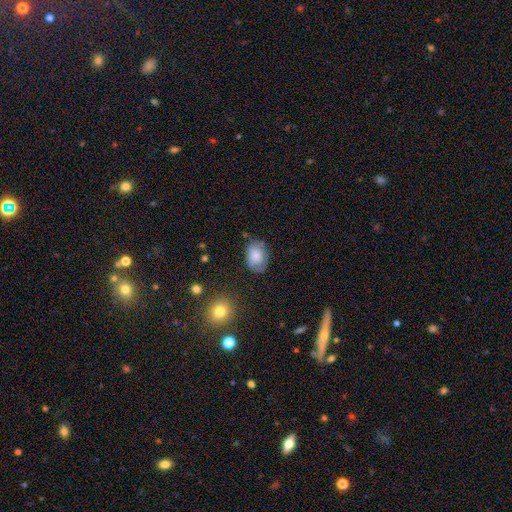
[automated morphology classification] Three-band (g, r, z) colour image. It shows a smooth galaxy with no disk features (67%) that is in between round and cigar-shaped (77%). Merging: none (61%).